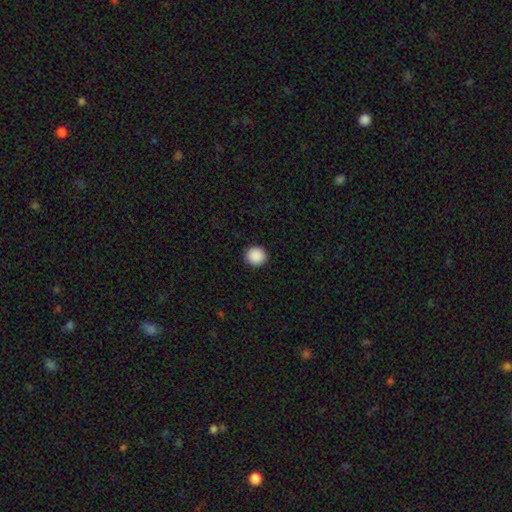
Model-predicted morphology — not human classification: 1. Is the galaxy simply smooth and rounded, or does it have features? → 90% smooth, 9% star or artifact, 2% featured or disk.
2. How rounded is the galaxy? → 94% round, 5% in between, 1% cigar-shaped.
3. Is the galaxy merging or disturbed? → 93% none, 4% minor disturbance, 2% major disturbance, 1% merger.